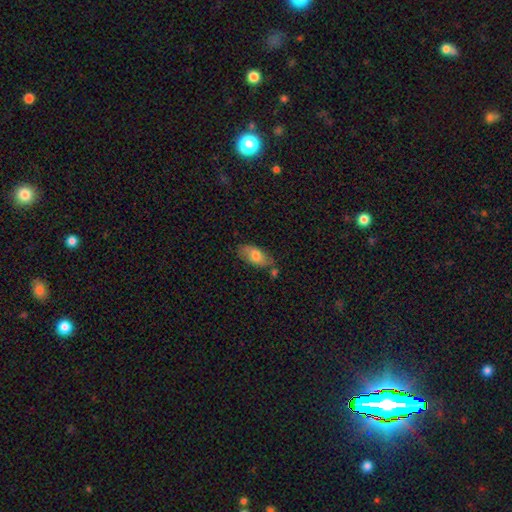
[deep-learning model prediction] smooth 74%, featured or disk 20%, star or artifact 7%. Down the decision tree: how rounded — in between (89%); merging — none (65%).